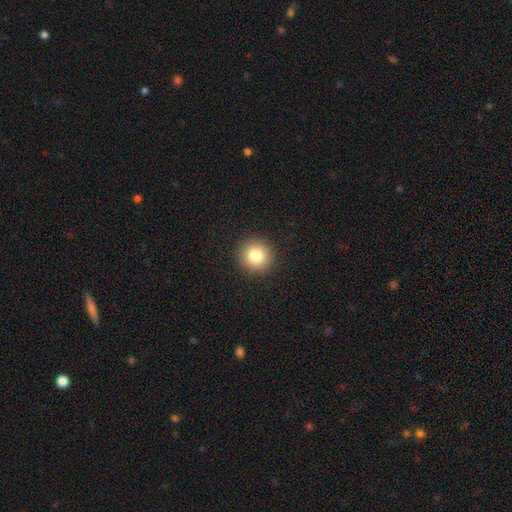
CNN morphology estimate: type=smooth (82%); roundness=round (94%); merging=none (92%).